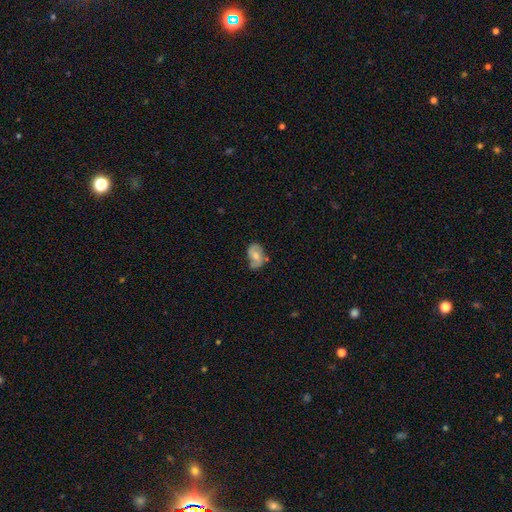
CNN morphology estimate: This appears to be a smooth galaxy with no disk features (49%). Merging: none (51%).